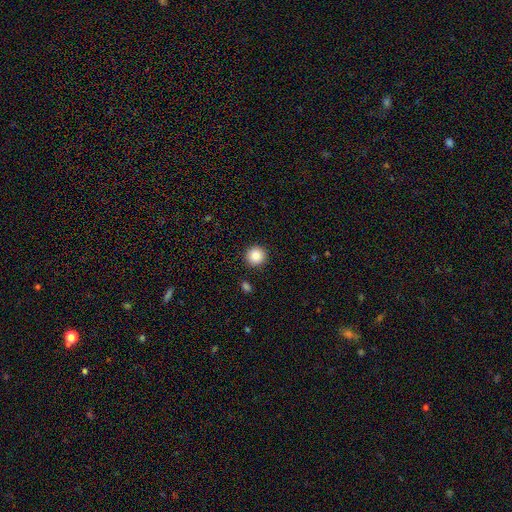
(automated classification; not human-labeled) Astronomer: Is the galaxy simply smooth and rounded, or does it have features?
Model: smooth — 87%.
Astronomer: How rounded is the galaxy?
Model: round — 95%.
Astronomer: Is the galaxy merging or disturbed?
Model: none — 92%.